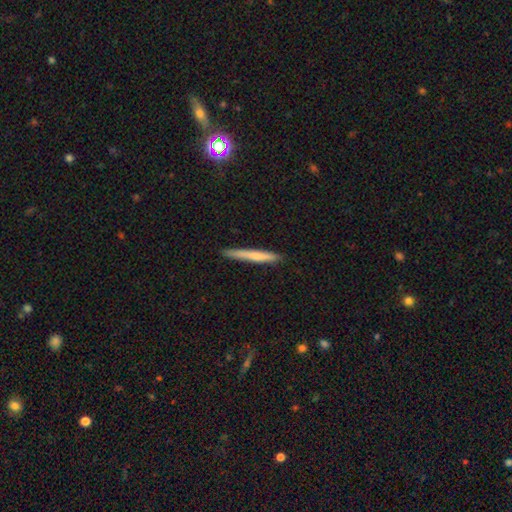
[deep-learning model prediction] A smooth galaxy with no disk features (65%) that is cigar-shaped (96%). Merging: none (89%).